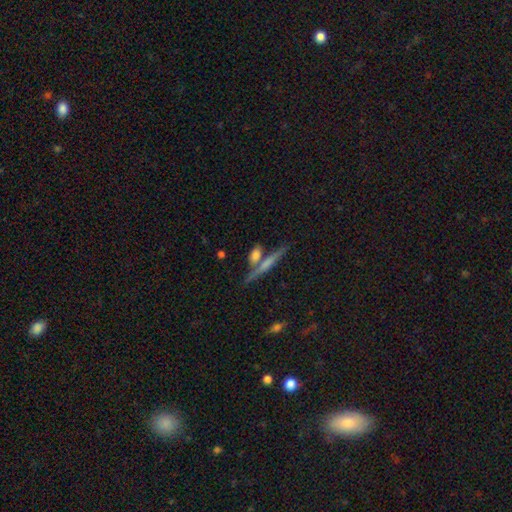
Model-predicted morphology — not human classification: A smooth galaxy with no disk features (61%) that is cigar-shaped (60%). Merging: none (55%).